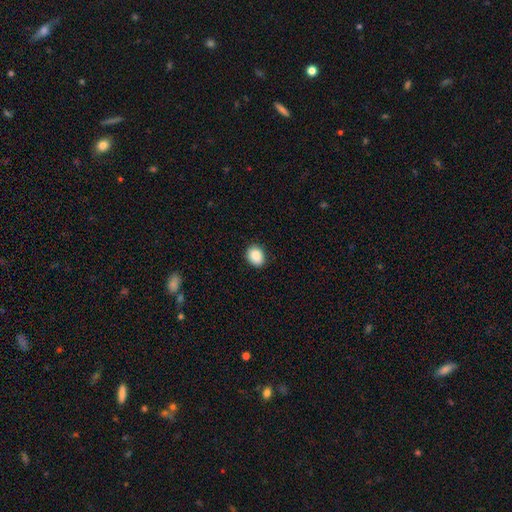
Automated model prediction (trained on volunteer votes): Q: Smooth or featured?
A: smooth (89%); runner-up: star or artifact (8%)
Q: How rounded?
A: round (51%); runner-up: in between (48%)
Q: Merging?
A: none (88%); runner-up: minor disturbance (9%)